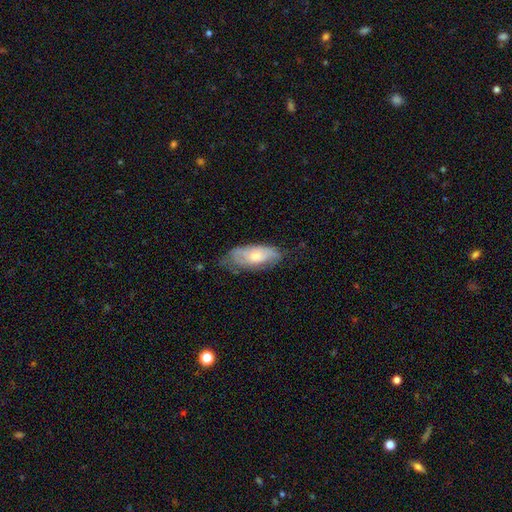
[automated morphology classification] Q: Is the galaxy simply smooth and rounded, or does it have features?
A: smooth — 49%.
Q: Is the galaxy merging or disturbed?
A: none — 53%.